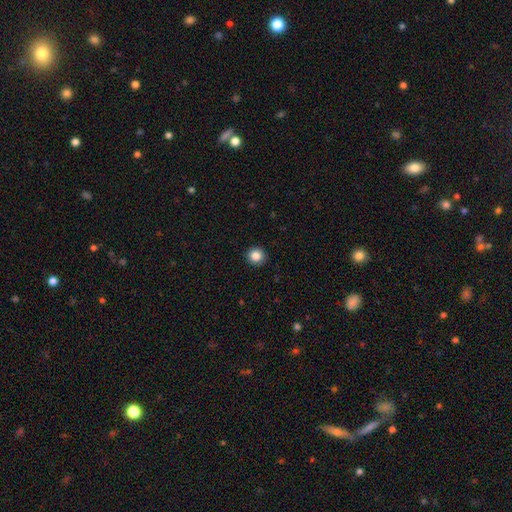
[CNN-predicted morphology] A smooth galaxy with no disk features (85%) that is round (92%). Merging: none (93%).